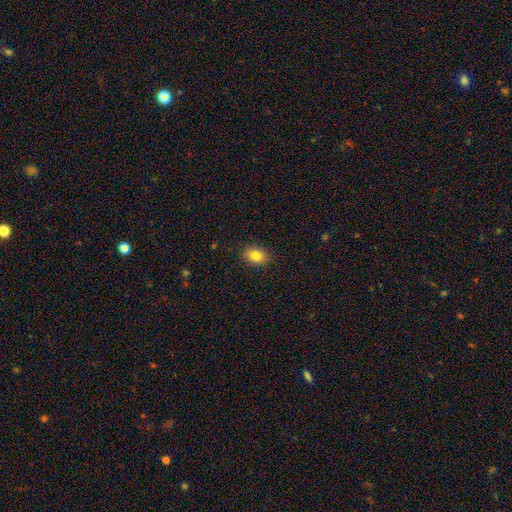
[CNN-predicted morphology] smooth_or_featured: smooth (p=0.83) [alt: star or artifact p=0.09]
how_rounded: in between (p=0.75) [alt: round p=0.23]
merging: none (p=0.88) [alt: minor disturbance p=0.08]